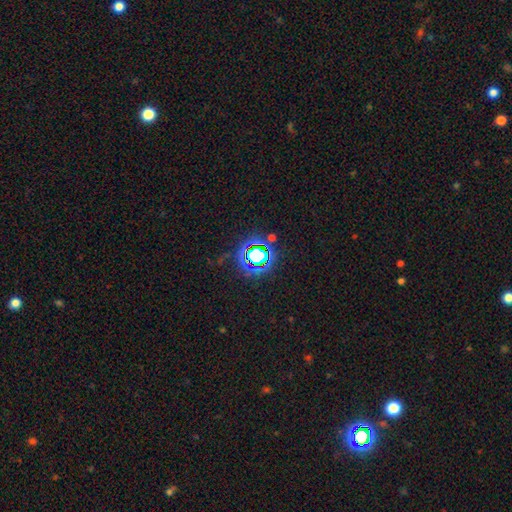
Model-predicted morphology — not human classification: A star or artifact, not a galaxy (68%).

Vote fractions:
- Smooth or featured? star or artifact: 68% / smooth: 20% / featured or disk: 12%